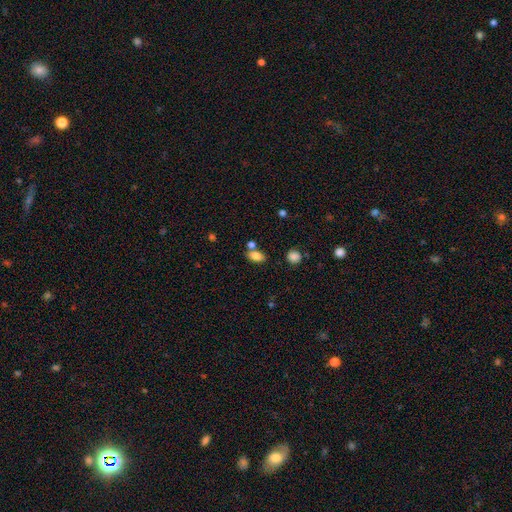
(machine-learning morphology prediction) Q: Smooth or featured?
A: smooth (83%); runner-up: star or artifact (10%)
Q: How rounded?
A: in between (88%); runner-up: round (9%)
Q: Merging?
A: none (61%); runner-up: merger (23%)